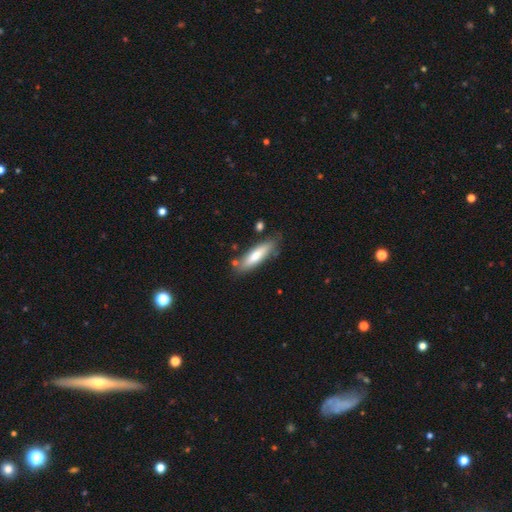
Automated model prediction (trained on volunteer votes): smooth_or_featured: smooth (p=0.71) [alt: featured or disk p=0.23]
how_rounded: cigar-shaped (p=0.63) [alt: in between p=0.35]
merging: none (p=0.75) [alt: minor disturbance p=0.16]